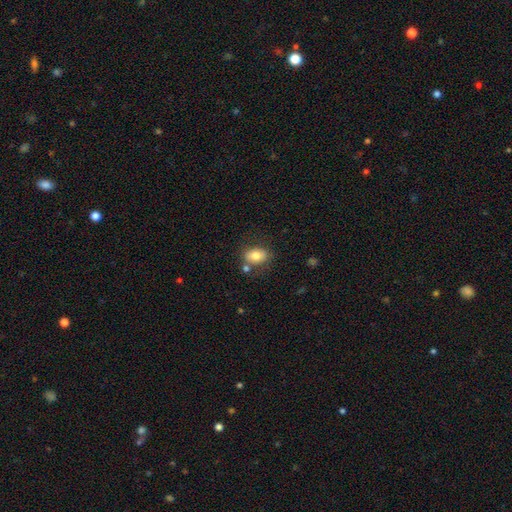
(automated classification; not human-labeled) Smooth or featured: smooth — 77% (featured or disk — 15%)
How rounded: in between — 78% (round — 20%)
Merging: none — 69% (minor disturbance — 14%)